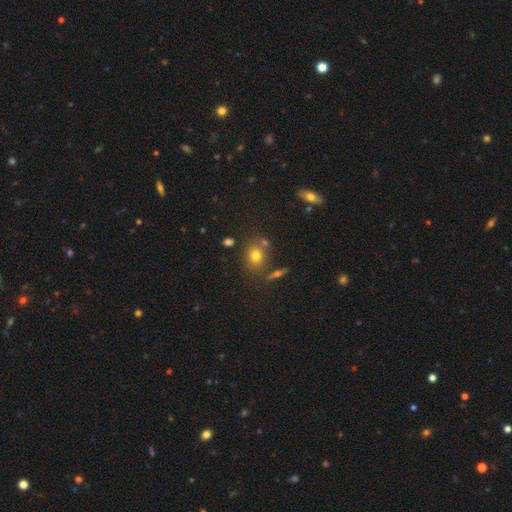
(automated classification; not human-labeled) Overall: smooth (74%). How rounded: round (61%; in between 37%). Merging: none (71%).